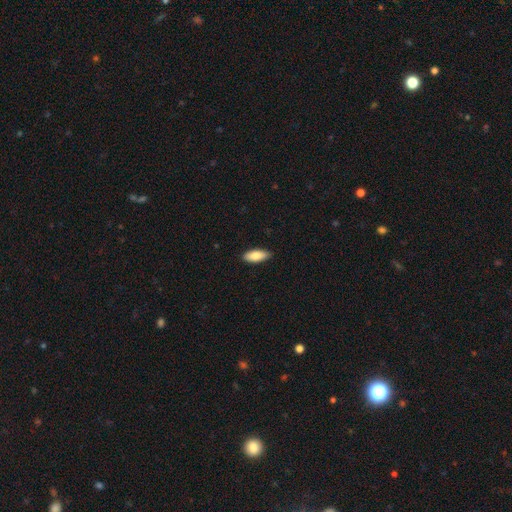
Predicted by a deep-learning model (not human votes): This appears to be a smooth galaxy with no disk features (86%) that is in between round and cigar-shaped (78%). Merging: none (87%).